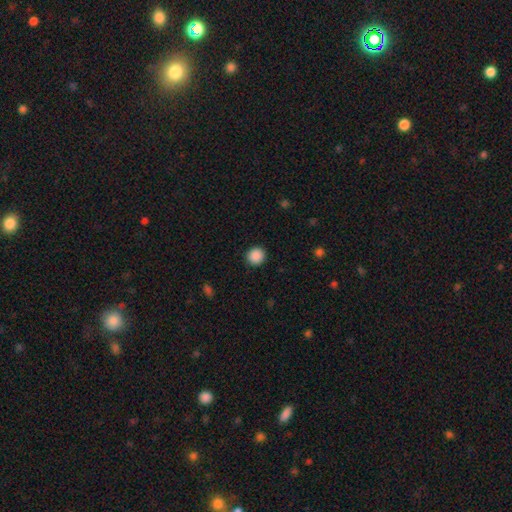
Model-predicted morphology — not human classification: type=smooth (89%); roundness=round (93%); merging=none (92%).